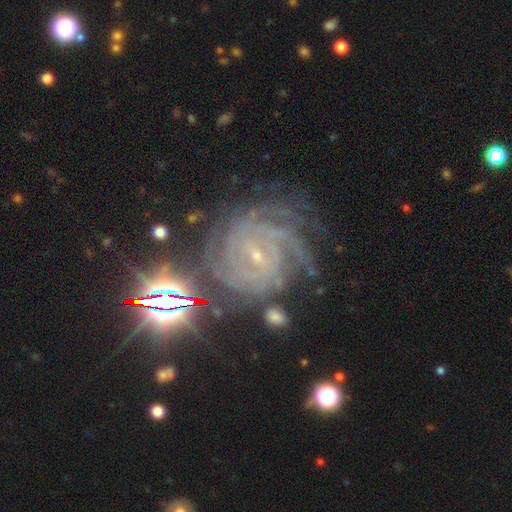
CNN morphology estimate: Smooth or featured? Predicted: featured or disk (p=0.83). Edge-on disk? Predicted: no (p=0.97). Bar? Predicted: weak (p=0.41). Spiral arms? Predicted: yes (p=0.98). Spiral winding? Predicted: tight (p=0.78). Spiral arm count? Predicted: 4 (p=0.27). Bulge size? Predicted: small (p=0.84). Merging? Predicted: none (p=0.67).